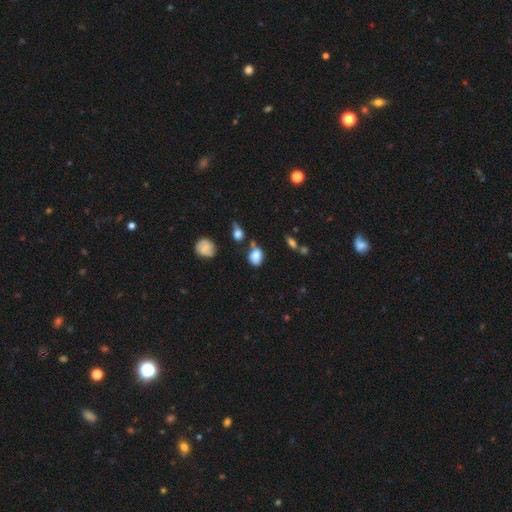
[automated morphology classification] smooth-or-featured: smooth: 80% | featured or disk: 10% | star or artifact: 10%
  how-rounded: in between: 64% | round: 34% | cigar-shaped: 2%
  merging: none: 56% | minor disturbance: 23% | merger: 14% | major disturbance: 7%